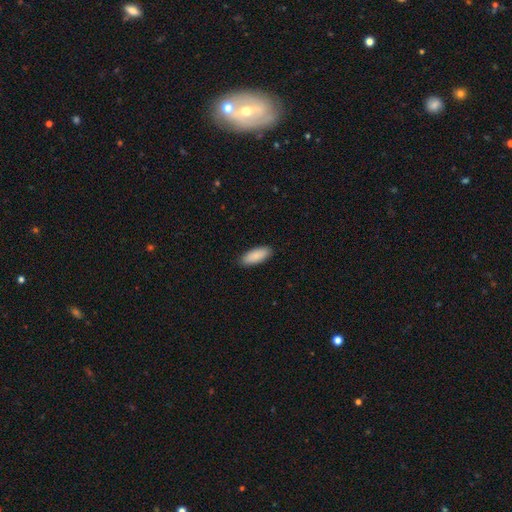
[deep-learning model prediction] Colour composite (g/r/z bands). It shows a smooth galaxy with no disk features (89%) that is in between round and cigar-shaped (81%). Merging: none (90%).